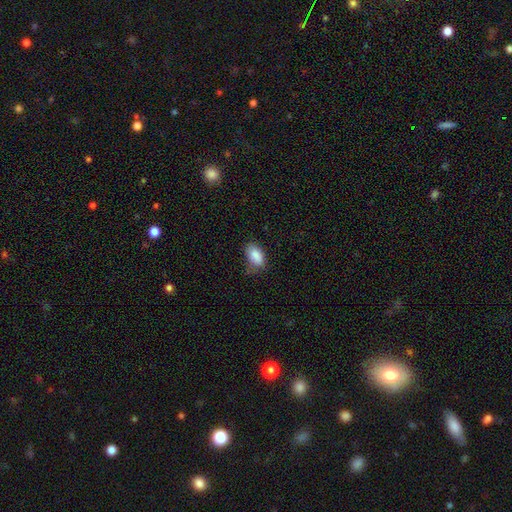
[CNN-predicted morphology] smooth_or_featured: smooth (p=0.87) [alt: star or artifact p=0.07]
how_rounded: in between (p=0.92) [alt: round p=0.06]
merging: none (p=0.64) [alt: minor disturbance p=0.28]